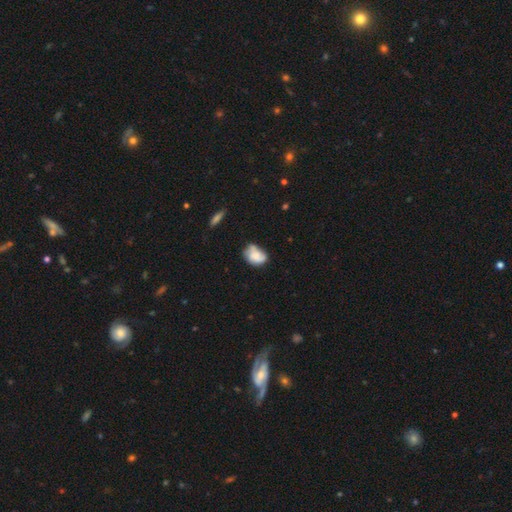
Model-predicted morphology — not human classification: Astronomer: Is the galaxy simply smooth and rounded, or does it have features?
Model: smooth — 63%.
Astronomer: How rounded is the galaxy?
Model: in between — 72%.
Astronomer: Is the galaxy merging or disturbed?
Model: none — 44% (runner-up: minor disturbance, 34%).